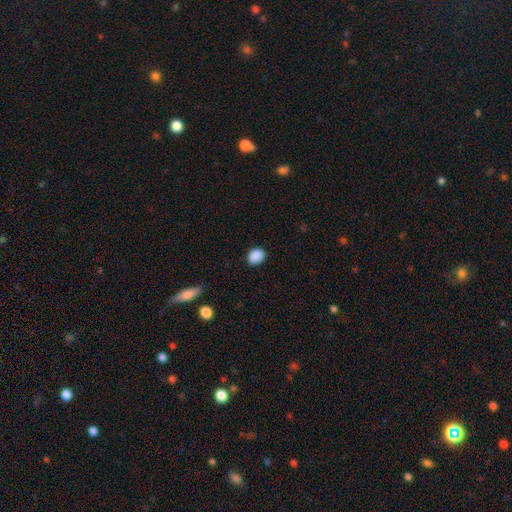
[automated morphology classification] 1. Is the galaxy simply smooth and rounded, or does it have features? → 89% smooth, 8% star or artifact, 3% featured or disk.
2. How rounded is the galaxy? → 51% round, 48% in between, 1% cigar-shaped.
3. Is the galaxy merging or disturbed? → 84% none, 12% minor disturbance, 3% major disturbance, 1% merger.